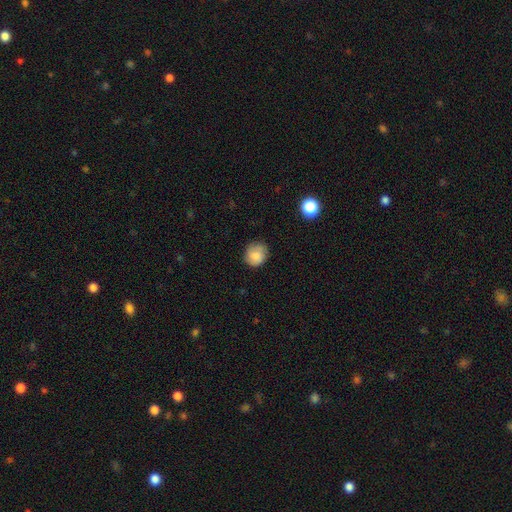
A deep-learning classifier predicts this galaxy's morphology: This is likely a smooth galaxy (77%). How rounded: likely round (80%). Merging: likely none (75%).